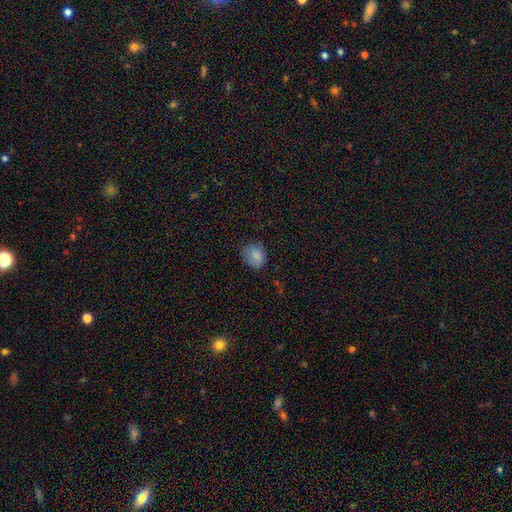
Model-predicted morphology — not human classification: The model was most divided on "how rounded": round: 53%, in between: 46%, cigar-shaped: 1%. More confident: smooth or featured — smooth (83%); merging — none (67%).